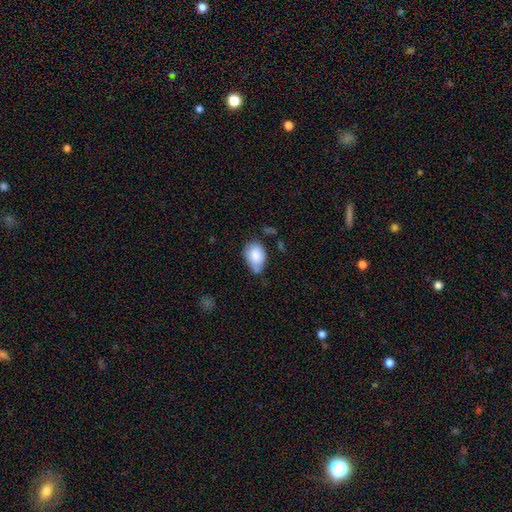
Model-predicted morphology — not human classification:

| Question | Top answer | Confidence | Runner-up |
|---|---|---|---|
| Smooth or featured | smooth | 83% | featured or disk (10%) |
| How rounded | in between | 82% | round (16%) |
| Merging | none | 44% | minor disturbance (38%) |